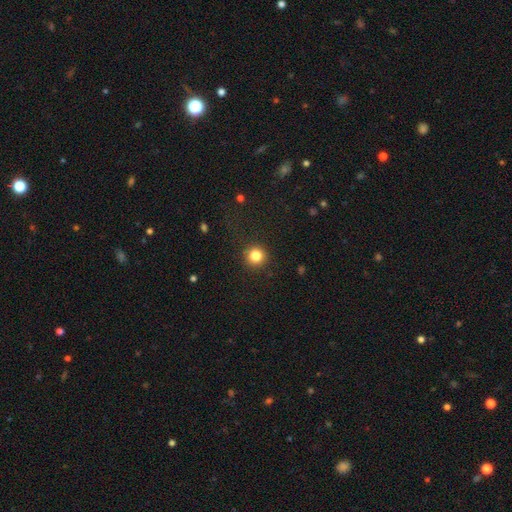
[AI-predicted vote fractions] Smooth or featured: smooth — 83% (star or artifact — 12%)
How rounded: round — 94% (in between — 5%)
Merging: none — 91% (minor disturbance — 6%)